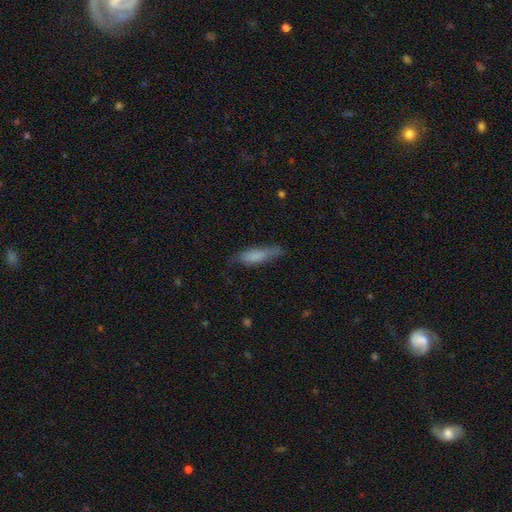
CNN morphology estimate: Smooth or featured: smooth — 73% (featured or disk — 20%)
How rounded: cigar-shaped — 66% (in between — 32%)
Merging: none — 61% (minor disturbance — 28%)